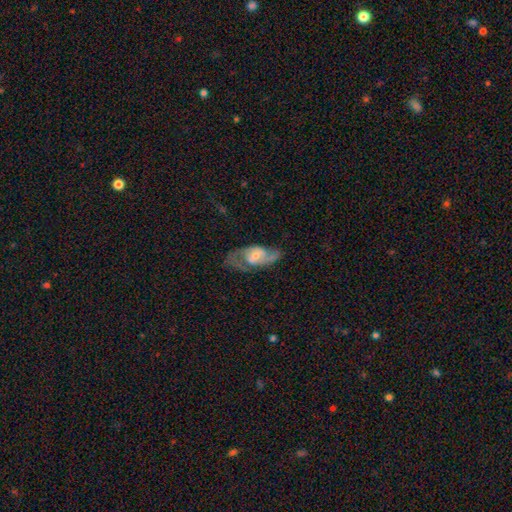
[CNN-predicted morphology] A featured or disk galaxy (76%) with no bar (43%, tied with weak), 2 (82%) medium (50%) spiral arms (88%) and a small central bulge (52%). Merging: none (58%).